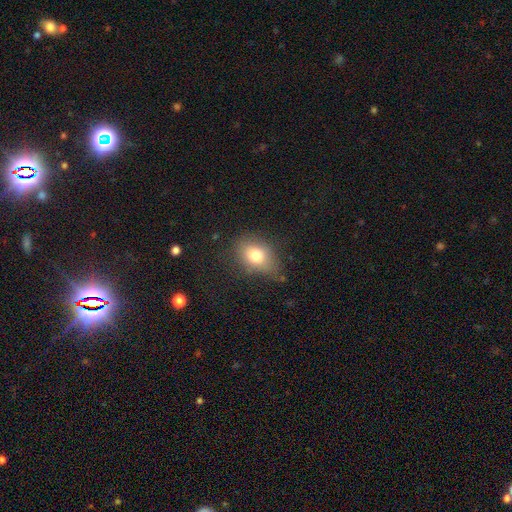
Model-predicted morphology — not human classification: Smooth or featured? Predicted: smooth (p=0.76). How rounded? Predicted: in between (p=0.71). Merging? Predicted: none (p=0.65).